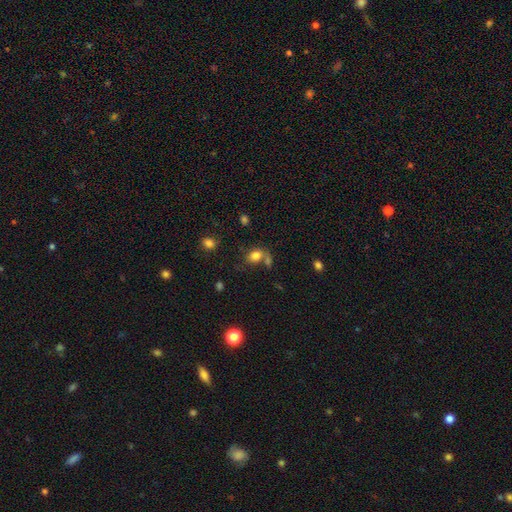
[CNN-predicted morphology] This is likely a smooth galaxy (79%). How rounded: likely in between (63%). Merging: possibly none (48%).